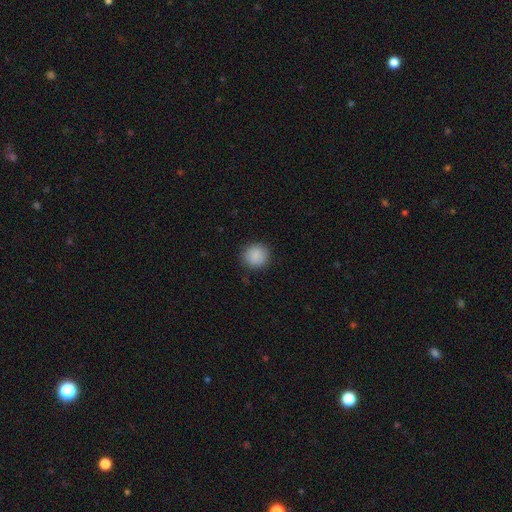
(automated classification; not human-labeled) smooth_or_featured: smooth (p=0.89) [alt: star or artifact p=0.08]
how_rounded: round (p=0.91) [alt: in between p=0.08]
merging: none (p=0.90) [alt: minor disturbance p=0.07]